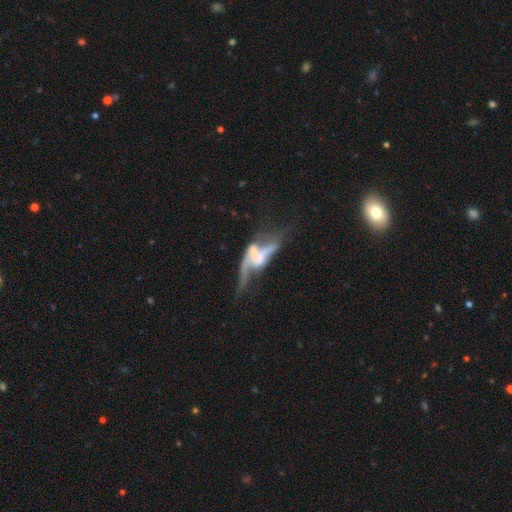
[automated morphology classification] A featured or disk galaxy (64%). Merging: merger (39%).